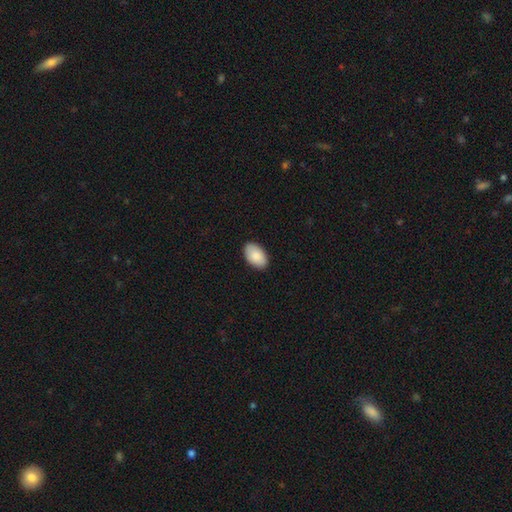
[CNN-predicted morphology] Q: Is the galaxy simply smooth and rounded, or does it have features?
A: smooth — 88%.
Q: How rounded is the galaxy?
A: in between — 93%.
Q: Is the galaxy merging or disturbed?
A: none — 89%.